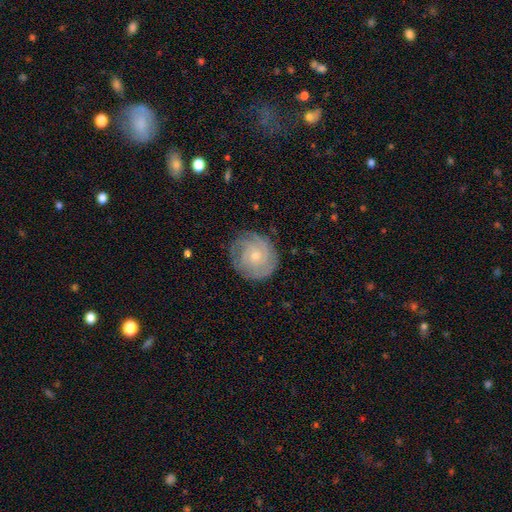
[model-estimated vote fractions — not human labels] smooth-or-featured: featured or disk: 72% | smooth: 21% | star or artifact: 7%
  disk-edge-on: no: 98% | yes: 2%
    bar: no: 79% | weak: 18% | strong: 3%
    has-spiral-arms: yes: 92% | no: 8%
      spiral-winding: tight: 74% | medium: 20% | loose: 5%
      spiral-arm-count: can't tell: 40% | 3: 20% | 2: 15% | 4: 12% | 1: 6% | more than 4: 6%
    bulge-size: small: 66% | moderate: 31% | none: 1% | large: 1% | dominant: 1%
  merging: none: 79% | minor disturbance: 15% | major disturbance: 5% | merger: 1%